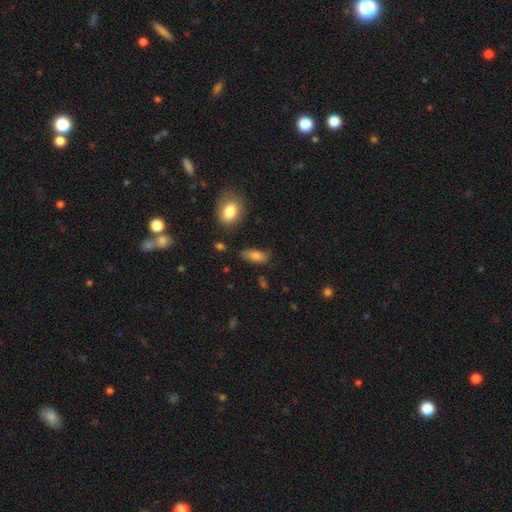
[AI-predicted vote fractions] smooth 79%, featured or disk 12%, star or artifact 9%. Down the decision tree: how rounded — in between (84%); merging — none (67%).